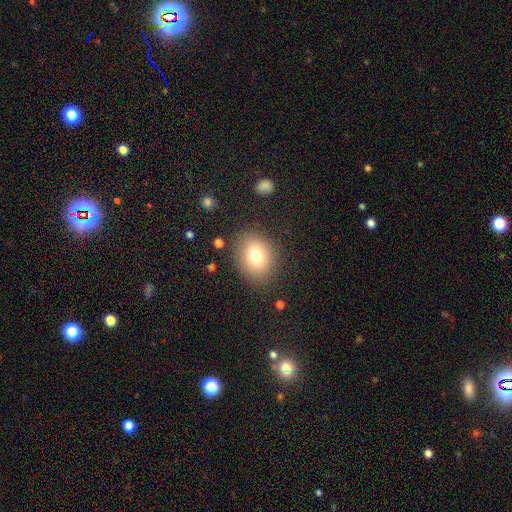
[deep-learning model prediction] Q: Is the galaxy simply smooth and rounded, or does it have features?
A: smooth — 76%.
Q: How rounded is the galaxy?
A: round — 59%.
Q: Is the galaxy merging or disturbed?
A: none — 85%.